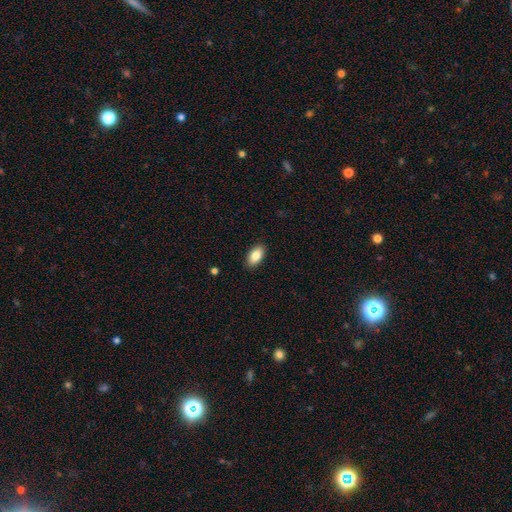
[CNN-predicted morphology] Smooth or featured?
  - smooth: 85% *
  - featured or disk: 8%
  - star or artifact: 7%
How rounded?
  - in between: 93% *
  - round: 4%
  - cigar-shaped: 3%
Merging?
  - none: 89% *
  - minor disturbance: 8%
  - major disturbance: 2%
  - merger: 1%